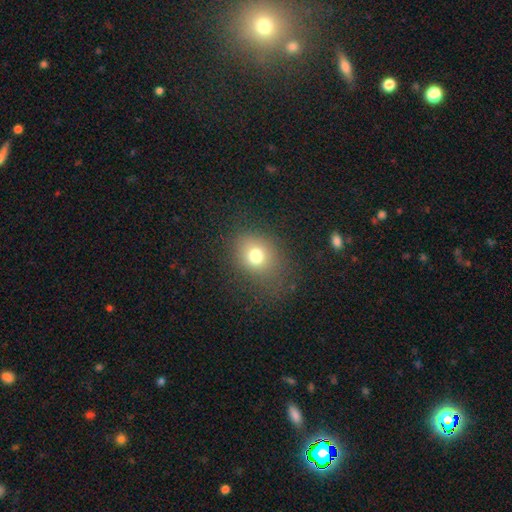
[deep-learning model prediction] This appears to be a smooth galaxy with no disk features (74%) that is round (57%). Merging: none (77%).